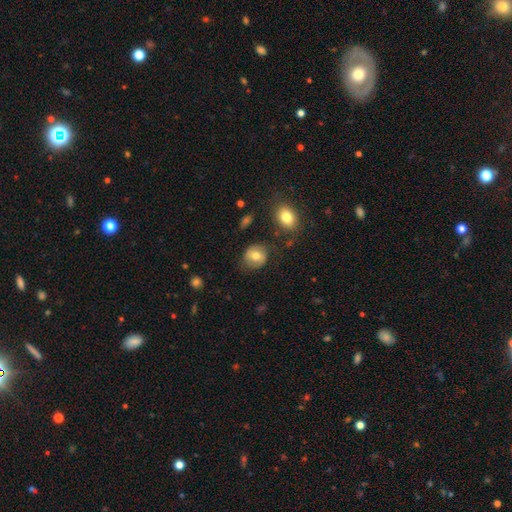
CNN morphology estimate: type=smooth (66%); roundness=round (69%); merging=none (73%).